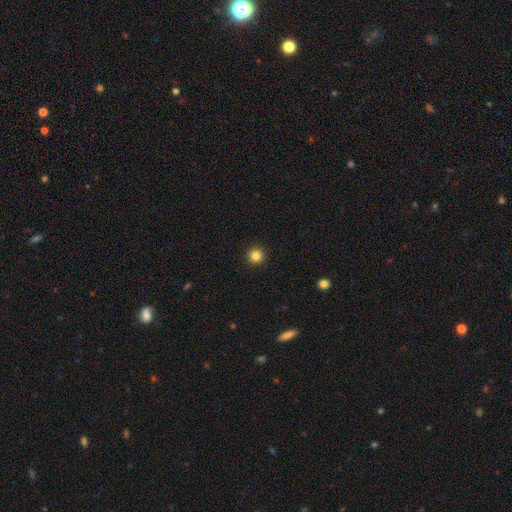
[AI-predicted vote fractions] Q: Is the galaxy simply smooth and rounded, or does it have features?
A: smooth — 84%.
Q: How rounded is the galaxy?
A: round — 96%.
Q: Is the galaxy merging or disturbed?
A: none — 94%.